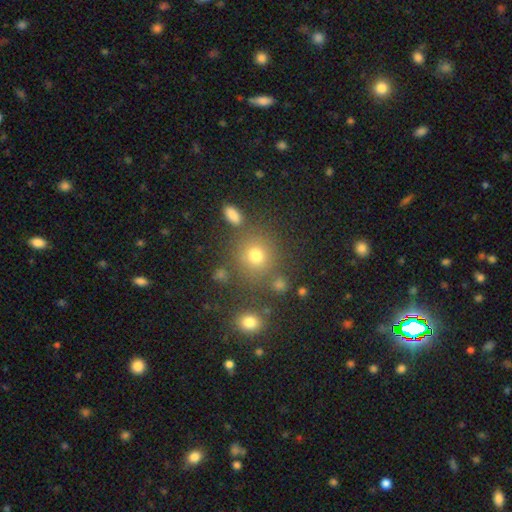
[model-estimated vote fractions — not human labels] This is likely a smooth galaxy (72%). How rounded: clearly round (86%). Merging: likely none (77%).